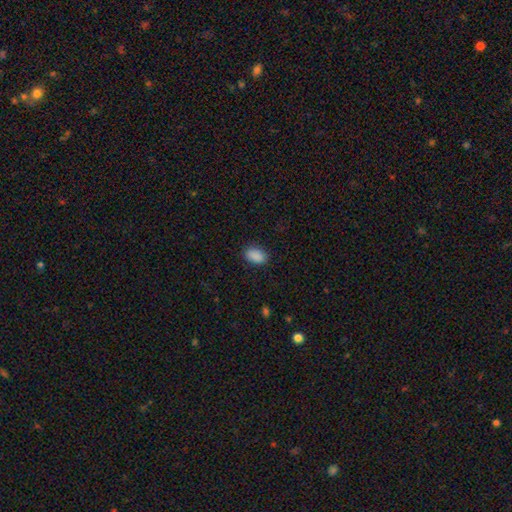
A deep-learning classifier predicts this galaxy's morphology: Overall: smooth (89%). How rounded: in between (90%). Merging: none (87%).